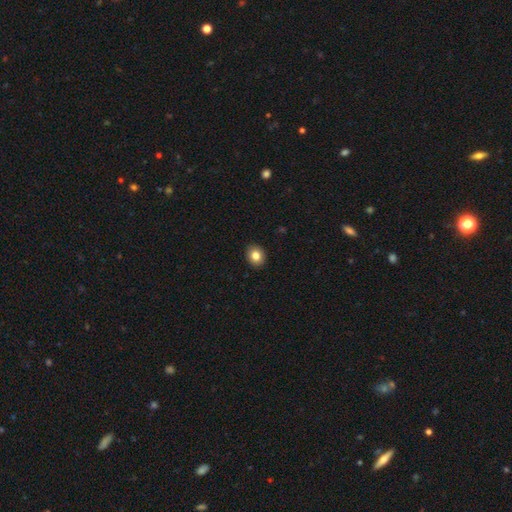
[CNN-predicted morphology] Smooth or featured? smooth (83%)
How rounded? round (63%)
Merging? none (91%)